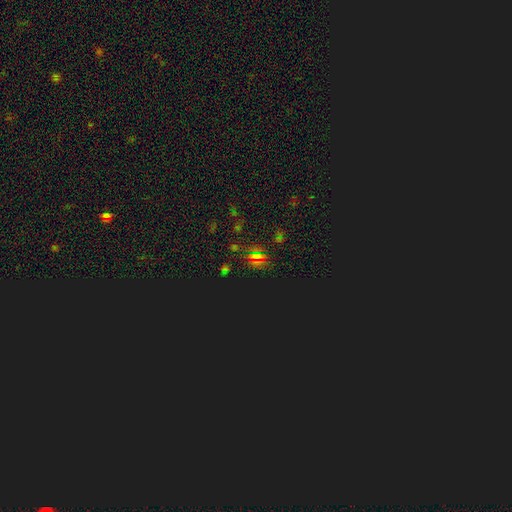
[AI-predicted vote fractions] Smooth or featured: star or artifact — 70% (smooth — 22%)